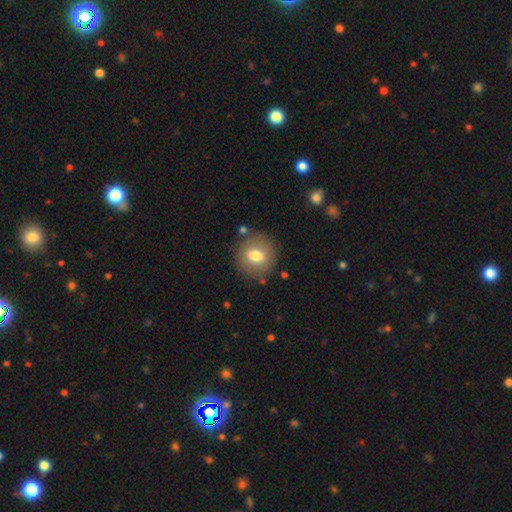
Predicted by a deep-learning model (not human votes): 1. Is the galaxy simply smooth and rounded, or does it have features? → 72% smooth, 19% featured or disk, 9% star or artifact.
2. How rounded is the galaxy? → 83% round, 16% in between, 1% cigar-shaped.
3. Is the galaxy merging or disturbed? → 84% none, 10% minor disturbance, 3% major disturbance, 3% merger.